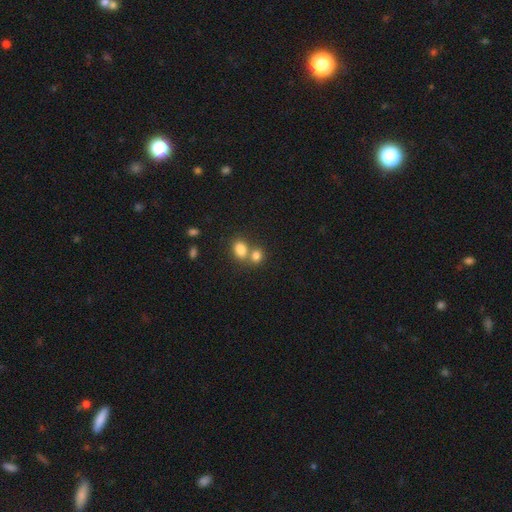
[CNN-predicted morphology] type=smooth (80%); roundness=round (51%); merging=merger (53%).